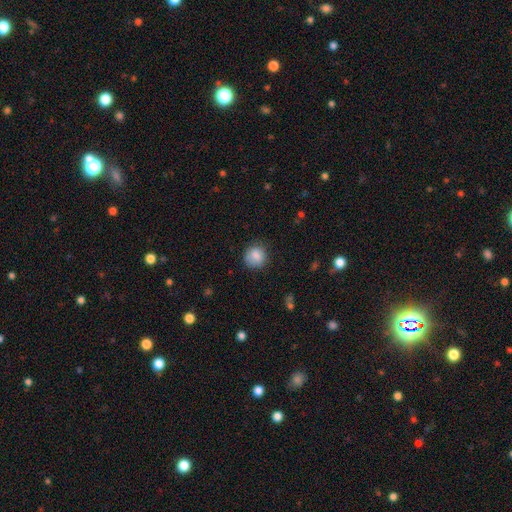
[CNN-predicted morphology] Smooth or featured? smooth (86%)
How rounded? round (87%)
Merging? none (81%)